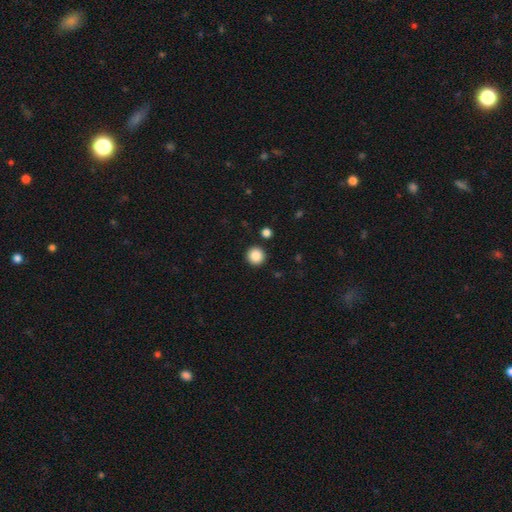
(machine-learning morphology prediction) Q: Smooth or featured?
A: smooth (88%); runner-up: star or artifact (9%)
Q: How rounded?
A: round (95%); runner-up: in between (4%)
Q: Merging?
A: none (91%); runner-up: minor disturbance (5%)